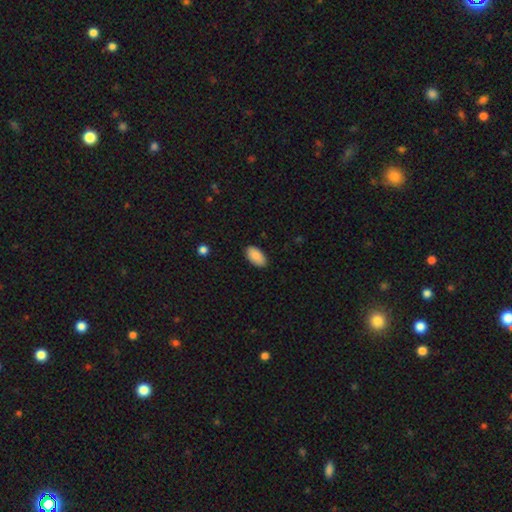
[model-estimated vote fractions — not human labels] Morphology: type=smooth (90%); roundness=in between (95%); merging=none (88%).